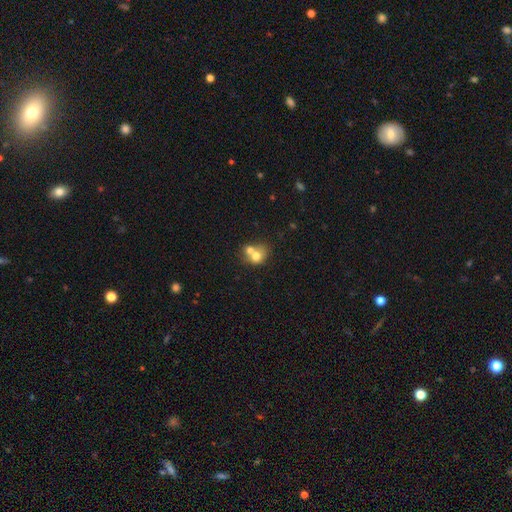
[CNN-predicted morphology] This appears to be a smooth galaxy with no disk features (68%) that is round (66%). Merging: merger (63%).